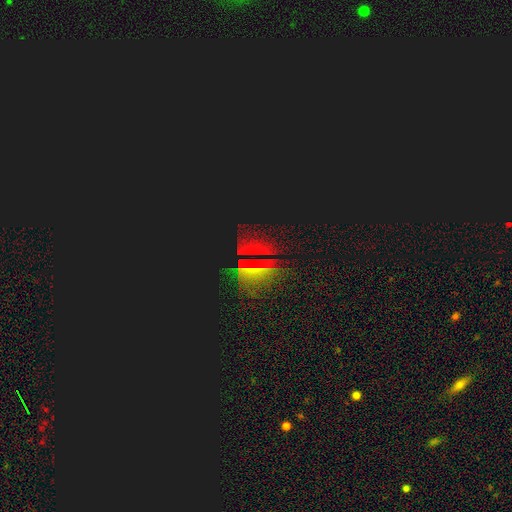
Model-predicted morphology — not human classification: smooth-or-featured: star or artifact: 80% | smooth: 11% | featured or disk: 8%